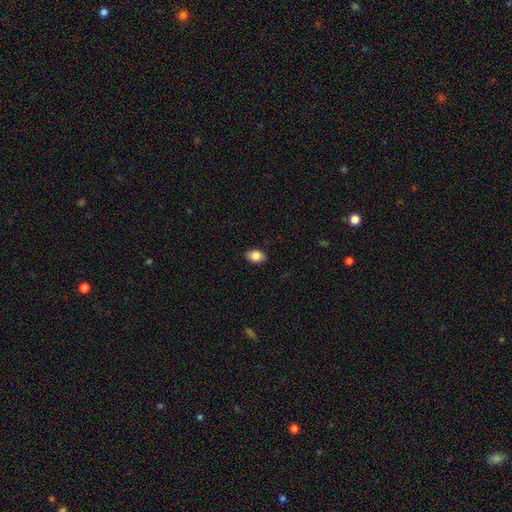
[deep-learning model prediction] The model was most divided on "how rounded": in between: 80%, round: 19%, cigar-shaped: 1%. More confident: merging — none (87%); smooth or featured — smooth (84%).